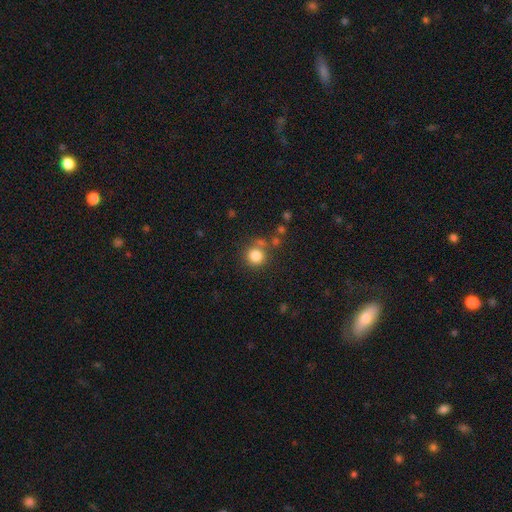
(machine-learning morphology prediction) smooth_or_featured: smooth (p=0.83) [alt: star or artifact p=0.12]
how_rounded: round (p=0.92) [alt: in between p=0.07]
merging: none (p=0.74) [alt: minor disturbance p=0.11]